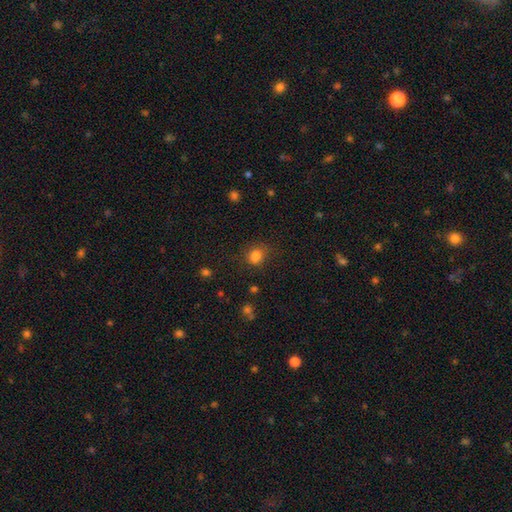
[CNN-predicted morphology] Smooth or featured? smooth (78%)
How rounded? round (64%)
Merging? none (61%)